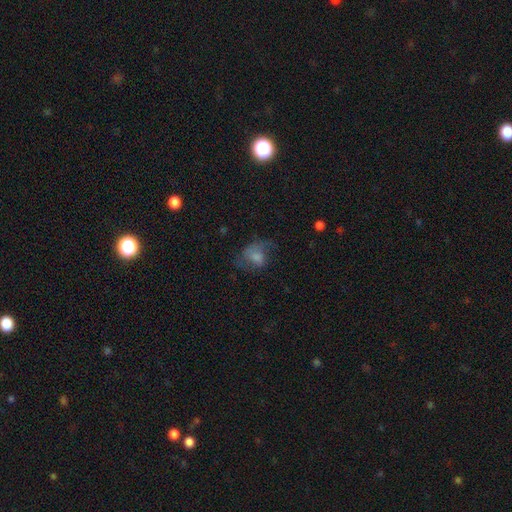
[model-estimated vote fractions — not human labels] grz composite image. It shows a smooth galaxy with no disk features (53%) that is in between round and cigar-shaped (60%). Merging: none (37%).